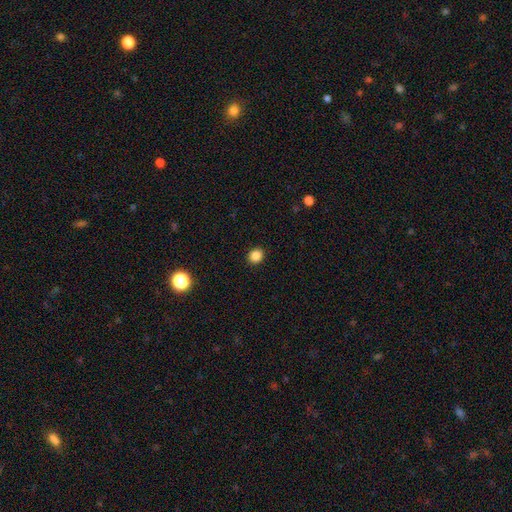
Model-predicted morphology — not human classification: type=smooth (86%); roundness=round (71%); merging=none (91%).